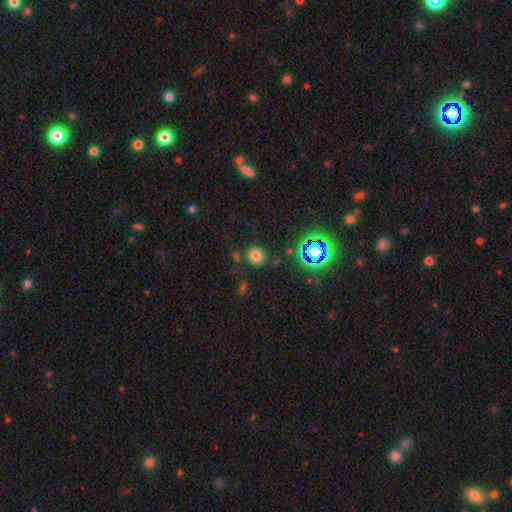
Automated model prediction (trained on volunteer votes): A smooth galaxy with no disk features (73%) that is round (83%). Merging: none (83%).